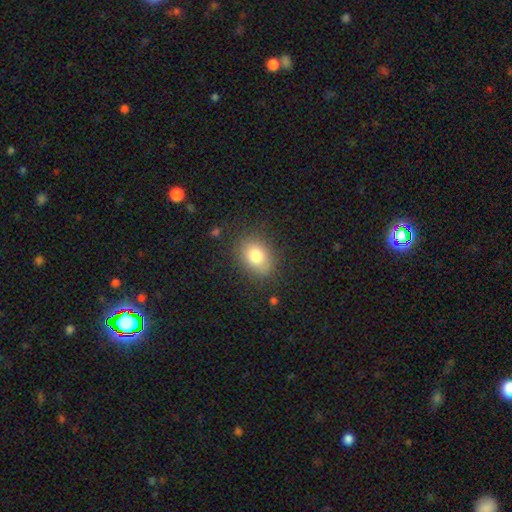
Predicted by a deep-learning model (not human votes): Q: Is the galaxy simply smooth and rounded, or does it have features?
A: smooth — 80%.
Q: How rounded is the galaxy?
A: in between — 66%.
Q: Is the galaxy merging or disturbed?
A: none — 82%.